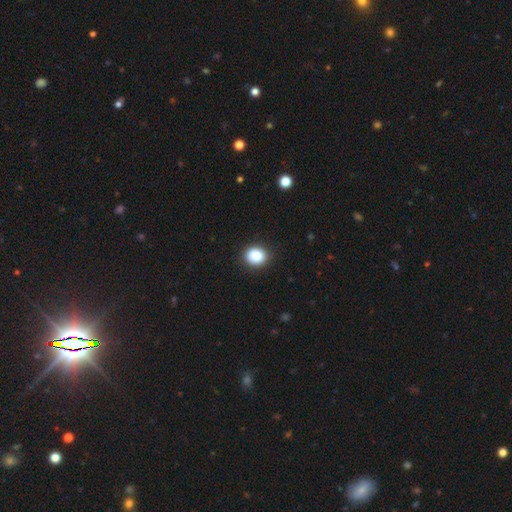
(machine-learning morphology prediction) smooth_or_featured: smooth (p=0.88) [alt: star or artifact p=0.09]
how_rounded: round (p=0.72) [alt: in between p=0.27]
merging: none (p=0.90) [alt: minor disturbance p=0.07]